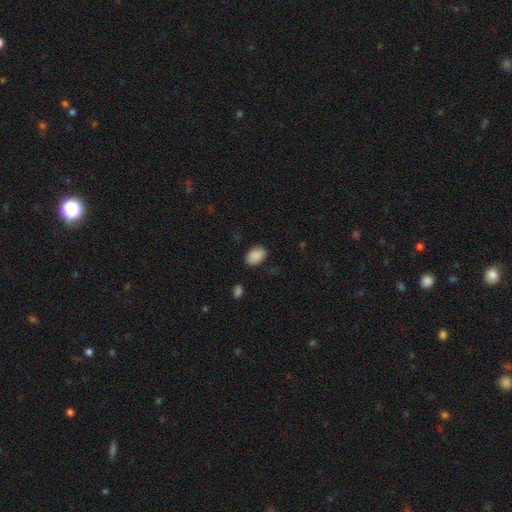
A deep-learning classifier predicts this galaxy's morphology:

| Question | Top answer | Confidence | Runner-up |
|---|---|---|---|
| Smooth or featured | smooth | 89% | star or artifact (7%) |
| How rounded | in between | 85% | round (14%) |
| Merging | none | 82% | minor disturbance (13%) |